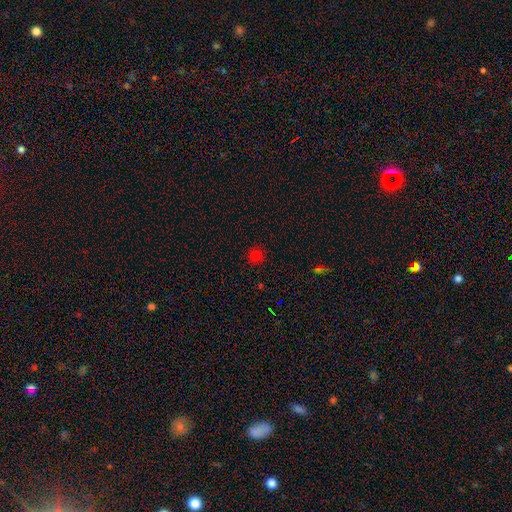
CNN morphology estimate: smooth_or_featured: smooth (p=0.76) [alt: star or artifact p=0.20]
how_rounded: round (p=0.91) [alt: in between p=0.08]
merging: none (p=0.89) [alt: minor disturbance p=0.07]